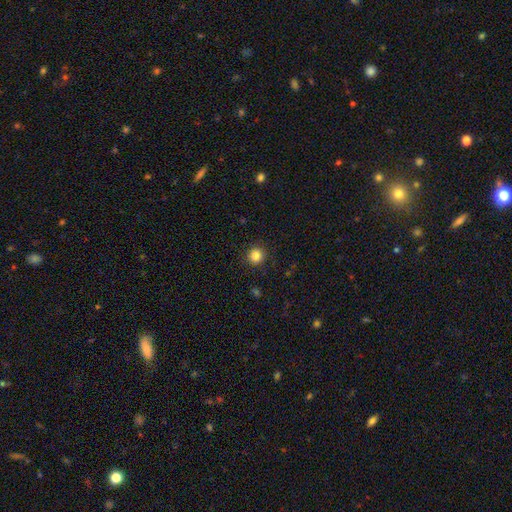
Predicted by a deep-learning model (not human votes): The model was most divided on "smooth or featured": smooth: 84%, star or artifact: 12%, featured or disk: 4%. More confident: how rounded — round (92%); merging — none (91%).